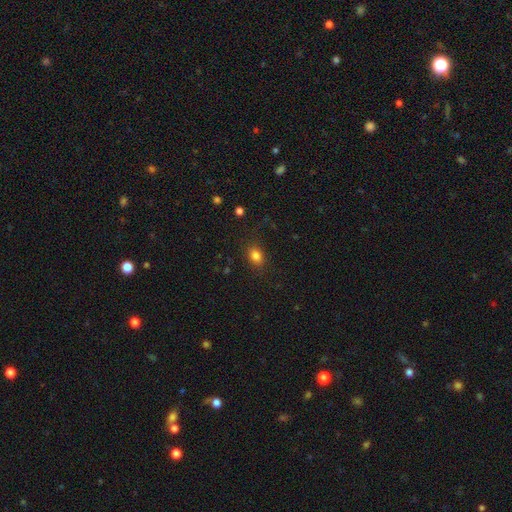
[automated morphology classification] This appears to be a smooth galaxy with no disk features (83%) that is in between round and cigar-shaped (66%). Merging: none (82%).